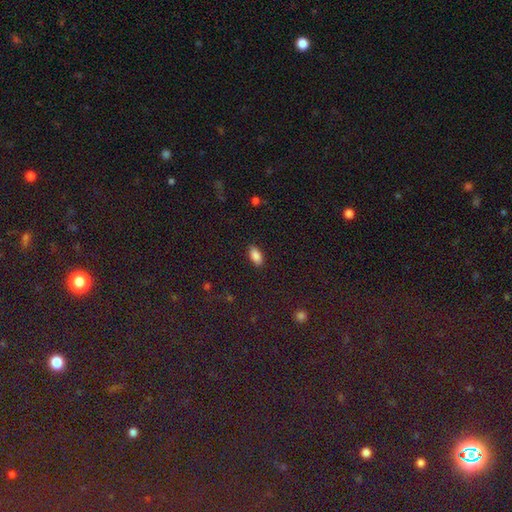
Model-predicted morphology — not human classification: Smooth or featured?
  - smooth: 86% *
  - star or artifact: 9%
  - featured or disk: 5%
How rounded?
  - in between: 91% *
  - cigar-shaped: 6%
  - round: 3%
Merging?
  - none: 88% *
  - minor disturbance: 9%
  - major disturbance: 2%
  - merger: 1%